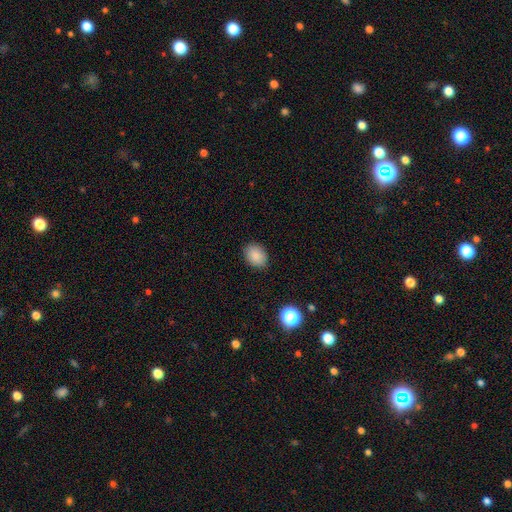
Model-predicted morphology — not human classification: smooth-or-featured: smooth: 86% | star or artifact: 9% | featured or disk: 5%
  how-rounded: in between: 67% | round: 32% | cigar-shaped: 1%
  merging: none: 88% | minor disturbance: 9% | major disturbance: 2% | merger: 1%